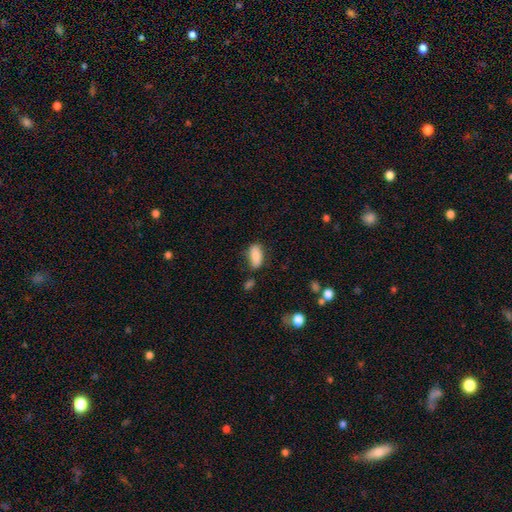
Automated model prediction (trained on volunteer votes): Overall: smooth (86%). How rounded: in between (88%). Merging: none (68%).